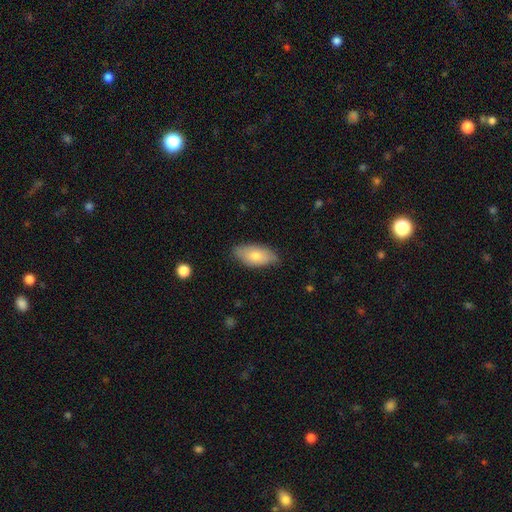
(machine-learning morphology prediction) A smooth galaxy with no disk features (70%) that is in between round and cigar-shaped (92%).

Vote fractions:
- Smooth or featured? smooth: 70% / featured or disk: 23% / star or artifact: 6%
- How rounded? in between: 92% / cigar-shaped: 5% / round: 3%
- Merging? none: 77% / minor disturbance: 19% / major disturbance: 3% / merger: 1%